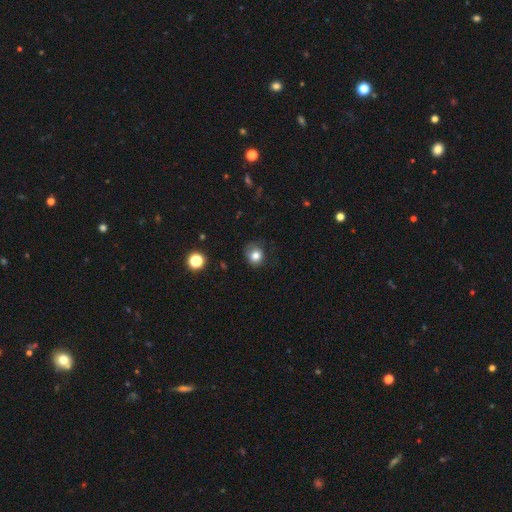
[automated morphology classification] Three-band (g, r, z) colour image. It shows a smooth galaxy with no disk features (80%) that is round (76%). Merging: none (70%).